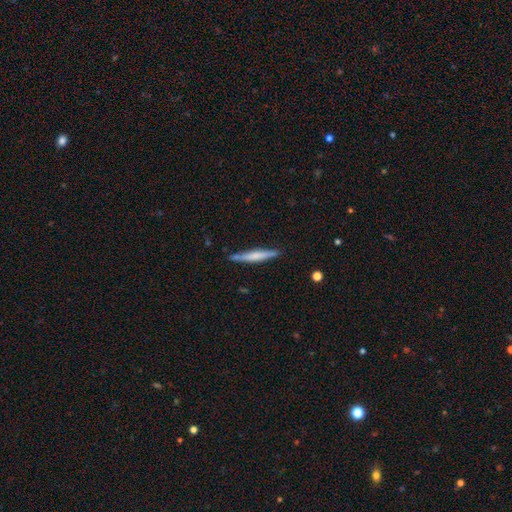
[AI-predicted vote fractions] The model was most divided on "smooth or featured": smooth: 51%, featured or disk: 44%, star or artifact: 6%. More confident: how rounded — cigar-shaped (94%); merging — none (84%).